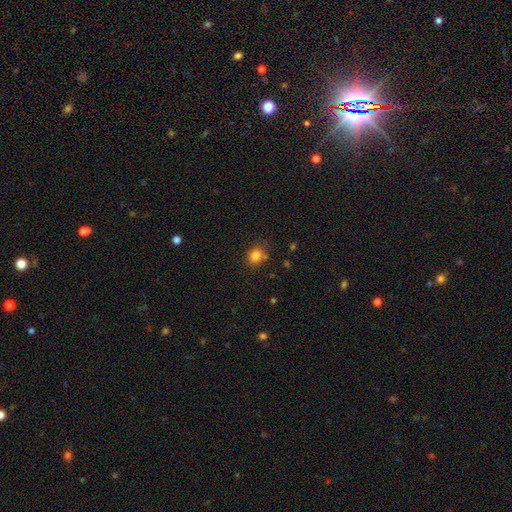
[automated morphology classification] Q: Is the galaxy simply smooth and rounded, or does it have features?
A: smooth — 82%.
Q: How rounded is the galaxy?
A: round — 66%.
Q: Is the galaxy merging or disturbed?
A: none — 68%.